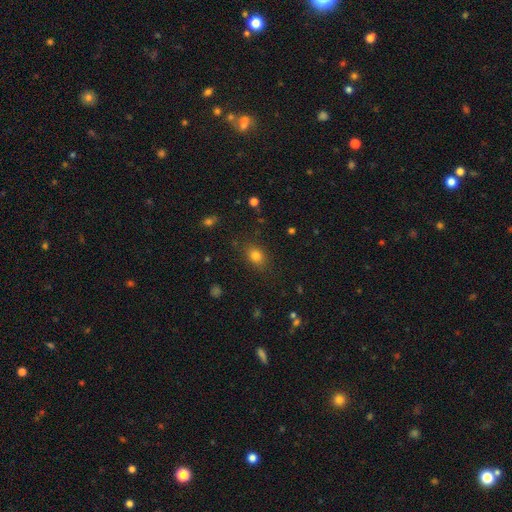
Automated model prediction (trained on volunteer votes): Q: Smooth or featured?
A: smooth (80%); runner-up: star or artifact (13%)
Q: How rounded?
A: in between (60%); runner-up: round (38%)
Q: Merging?
A: none (81%); runner-up: minor disturbance (13%)